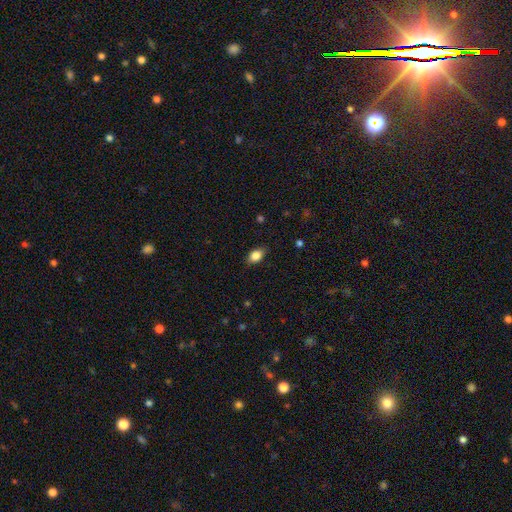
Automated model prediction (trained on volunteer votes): smooth-or-featured: smooth: 84% | star or artifact: 8% | featured or disk: 8%
  how-rounded: in between: 82% | round: 15% | cigar-shaped: 2%
  merging: none: 84% | minor disturbance: 13% | major disturbance: 3% | merger: 1%